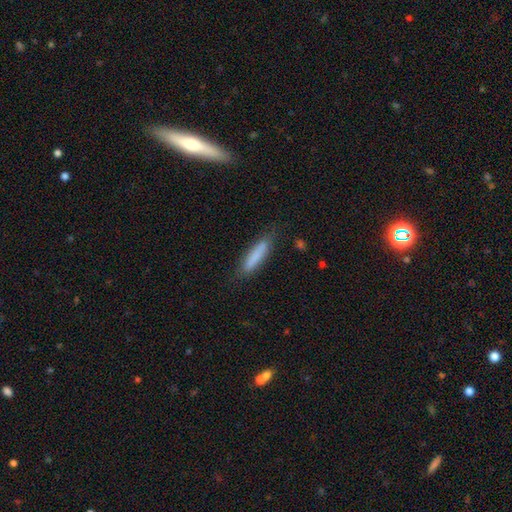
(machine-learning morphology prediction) smooth-or-featured: smooth: 81% | featured or disk: 12% | star or artifact: 7%
  how-rounded: cigar-shaped: 83% | in between: 16% | round: 1%
  merging: none: 79% | minor disturbance: 16% | major disturbance: 3% | merger: 2%